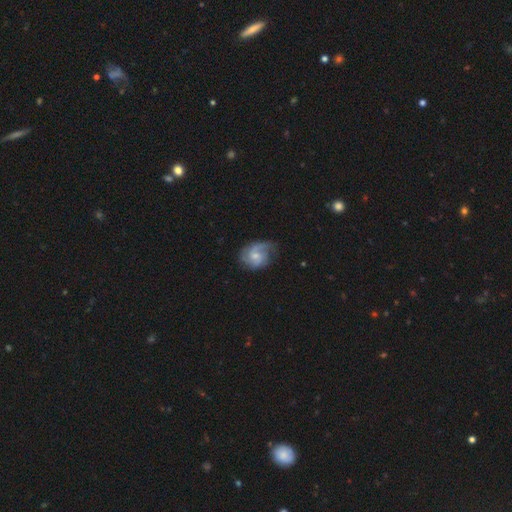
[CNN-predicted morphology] Smooth or featured: featured or disk — 73% (smooth — 21%)
Edge-on disk: no — 98% (yes — 2%)
Bar: no — 52% (weak — 42%)
Spiral arms: yes — 94% (no — 6%)
Spiral winding: medium — 47% (tight — 28%)
Spiral arm count: 2 — 55% (can't tell — 17%)
Bulge size: small — 53% (moderate — 37%)
Merging: none — 60% (minor disturbance — 26%)